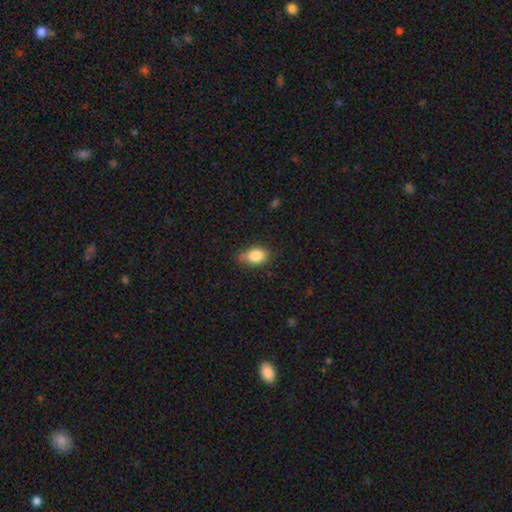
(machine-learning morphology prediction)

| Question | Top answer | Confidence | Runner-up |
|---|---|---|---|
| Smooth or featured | smooth | 84% | star or artifact (8%) |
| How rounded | in between | 85% | round (13%) |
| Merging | none | 69% | minor disturbance (25%) |